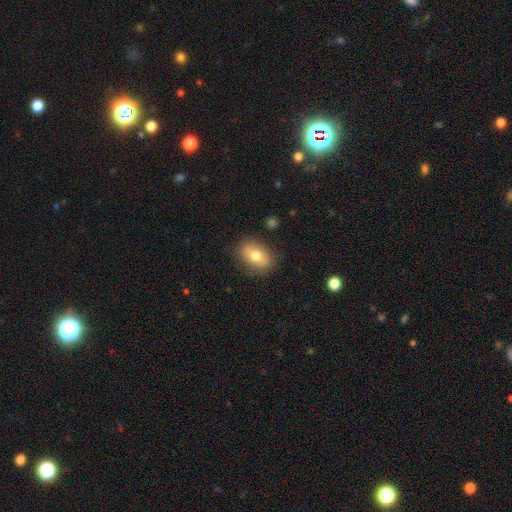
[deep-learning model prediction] A smooth galaxy with no disk features (71%) that is in between round and cigar-shaped (83%).

Vote fractions:
- Smooth or featured? smooth: 71% / featured or disk: 22% / star or artifact: 7%
- How rounded? in between: 83% / round: 14% / cigar-shaped: 2%
- Merging? none: 81% / minor disturbance: 14% / major disturbance: 4% / merger: 2%